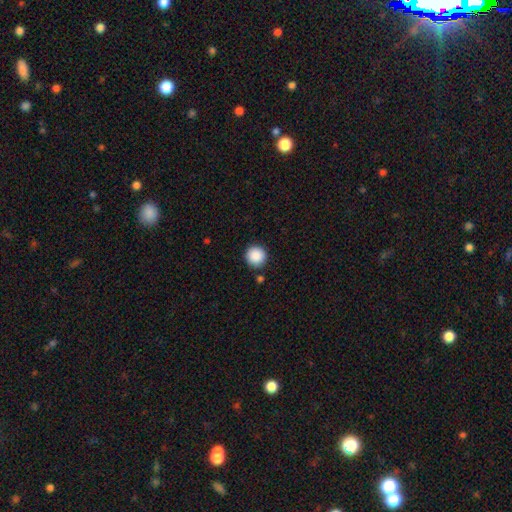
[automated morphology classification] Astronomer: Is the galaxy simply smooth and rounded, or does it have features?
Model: smooth — 89%.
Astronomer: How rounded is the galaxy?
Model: round — 95%.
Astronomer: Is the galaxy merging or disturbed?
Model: none — 89%.